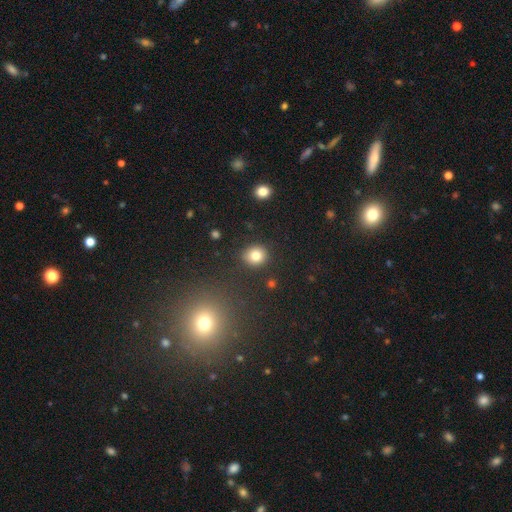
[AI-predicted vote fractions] This is clearly a smooth galaxy (80%). How rounded: clearly round (82%). Merging: clearly none (88%).